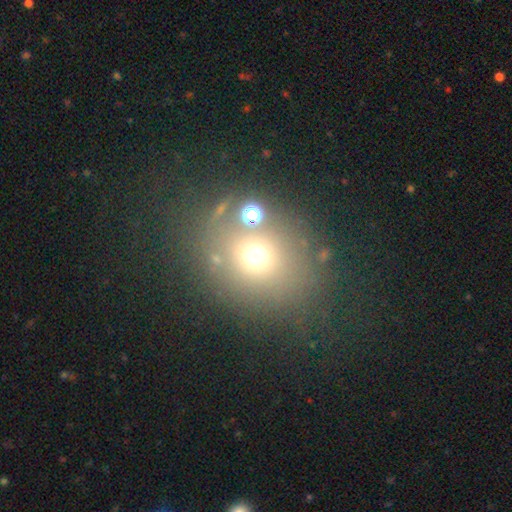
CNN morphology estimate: This appears to be a smooth galaxy with no disk features (63%) that is round (79%). Merging: none (72%).